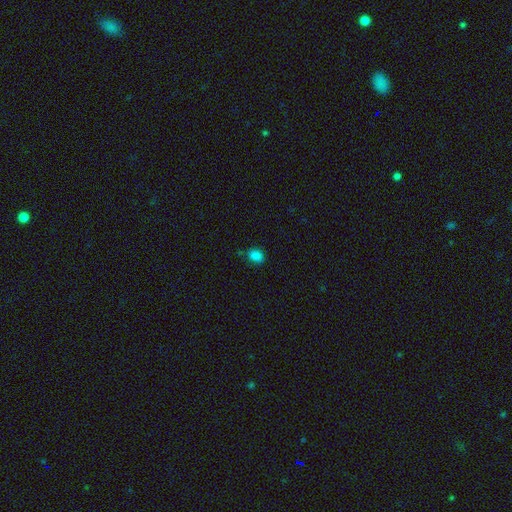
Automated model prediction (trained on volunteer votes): Smooth or featured?
  - smooth: 83% *
  - star or artifact: 13%
  - featured or disk: 4%
How rounded?
  - in between: 55% *
  - round: 44%
  - cigar-shaped: 1%
Merging?
  - none: 75% *
  - minor disturbance: 18%
  - merger: 4%
  - major disturbance: 4%